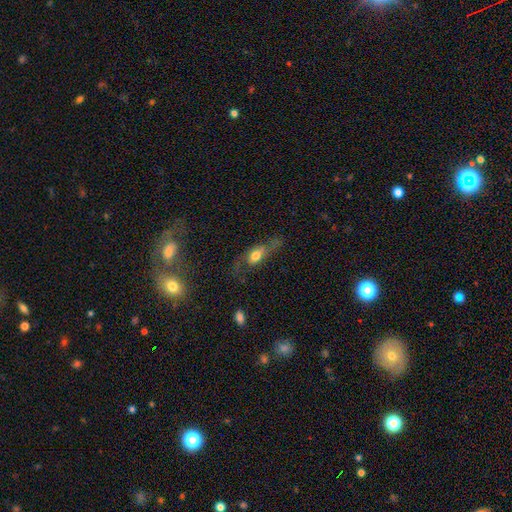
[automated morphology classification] featured or disk 48%, smooth 43%, star or artifact 9%. Down the decision tree: merging — none (47%).